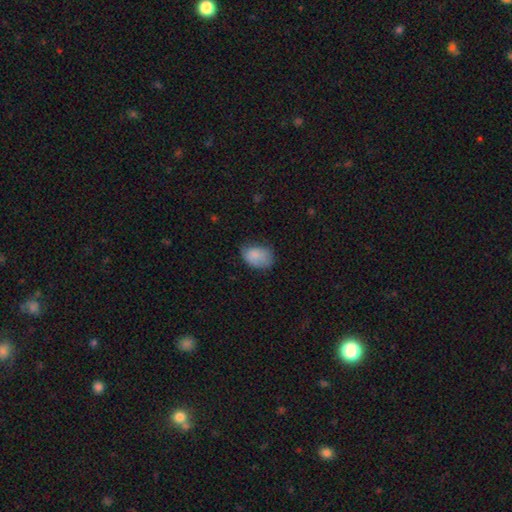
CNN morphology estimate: A smooth galaxy with no disk features (84%) that is in between round and cigar-shaped (79%). Merging: none (55%).